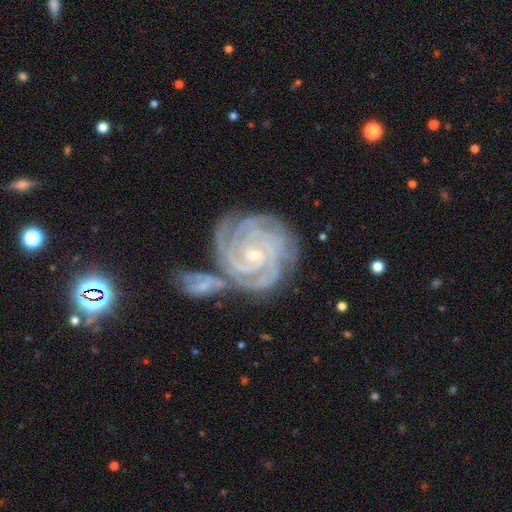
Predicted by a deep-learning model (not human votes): featured or disk 89%, star or artifact 6%, smooth 4%. Down the decision tree: edge-on disk — no (98%); bar — no (62%); spiral arms — yes (98%); spiral arm count — 4 (31%); spiral winding — tight (85%); bulge size — small (75%); merging — none (53%).